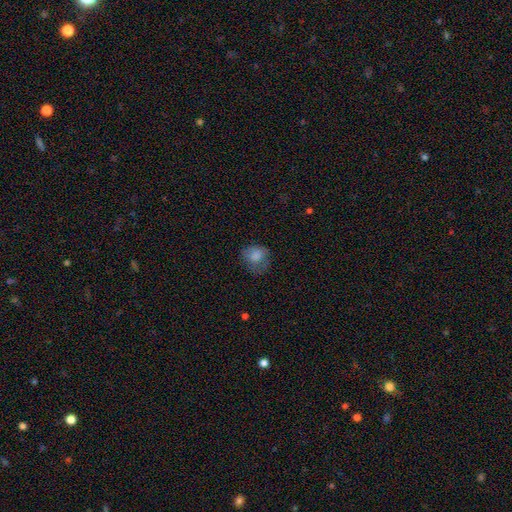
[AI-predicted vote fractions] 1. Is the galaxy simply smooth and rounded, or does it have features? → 77% smooth, 13% featured or disk, 10% star or artifact.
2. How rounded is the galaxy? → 62% round, 37% in between, 1% cigar-shaped.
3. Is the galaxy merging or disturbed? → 49% none, 29% minor disturbance, 21% major disturbance, 2% merger.